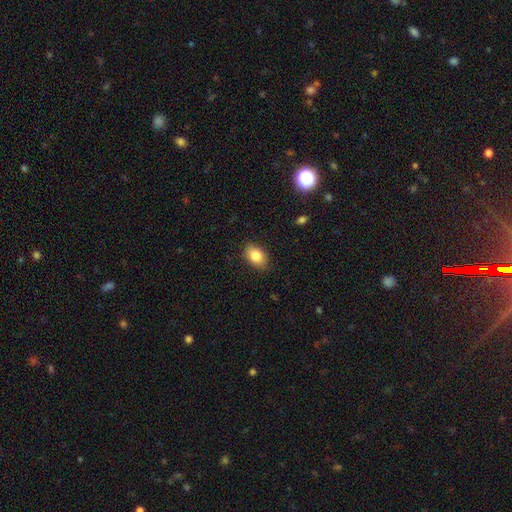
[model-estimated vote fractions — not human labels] Smooth or featured? smooth (83%)
How rounded? in between (85%)
Merging? none (86%)